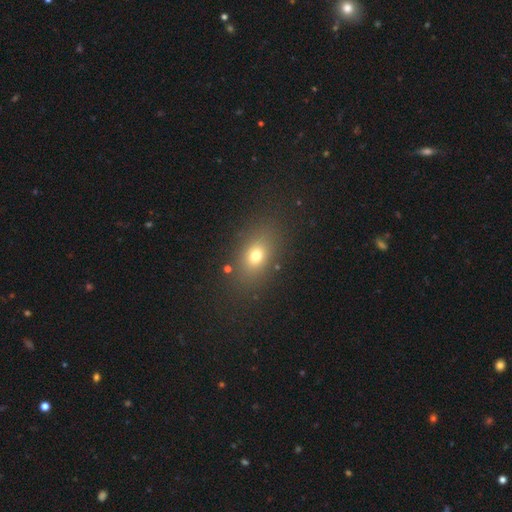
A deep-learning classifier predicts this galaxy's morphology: The model was most divided on "how rounded": in between: 71%, round: 26%, cigar-shaped: 3%. More confident: merging — none (83%); smooth or featured — smooth (72%).